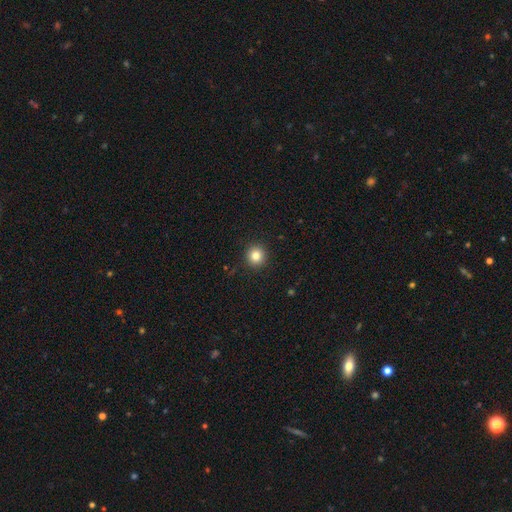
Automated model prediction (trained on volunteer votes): smooth_or_featured: smooth (p=0.83) [alt: star or artifact p=0.11]
how_rounded: round (p=0.93) [alt: in between p=0.06]
merging: none (p=0.92) [alt: minor disturbance p=0.05]